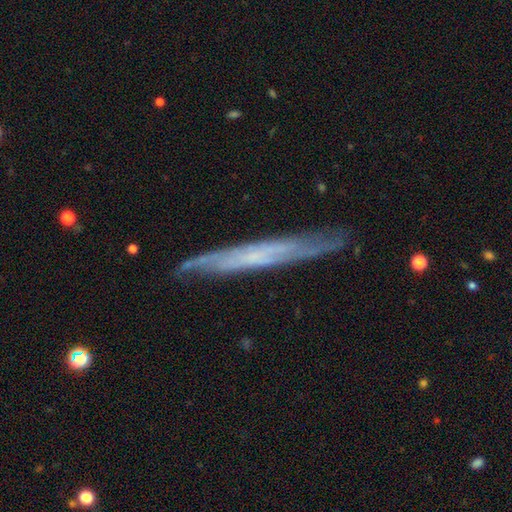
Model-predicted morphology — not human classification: This appears to be a featured or disk galaxy (68%) viewed edge-on (79%) with no central bulge (83%). Merging: none (81%).